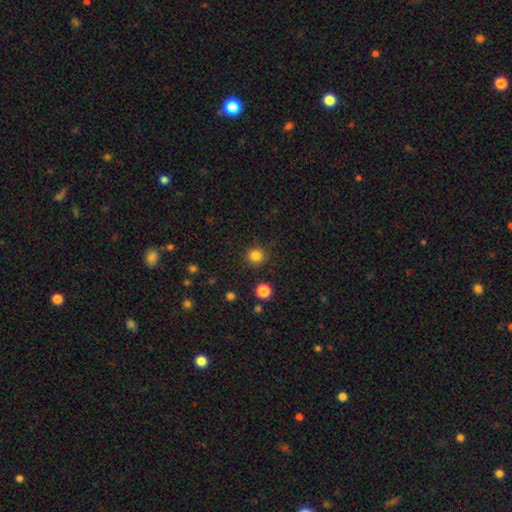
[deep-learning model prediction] Smooth or featured?
  - smooth: 83% *
  - star or artifact: 13%
  - featured or disk: 4%
How rounded?
  - round: 90% *
  - in between: 9%
  - cigar-shaped: 1%
Merging?
  - none: 90% *
  - minor disturbance: 6%
  - major disturbance: 2%
  - merger: 2%